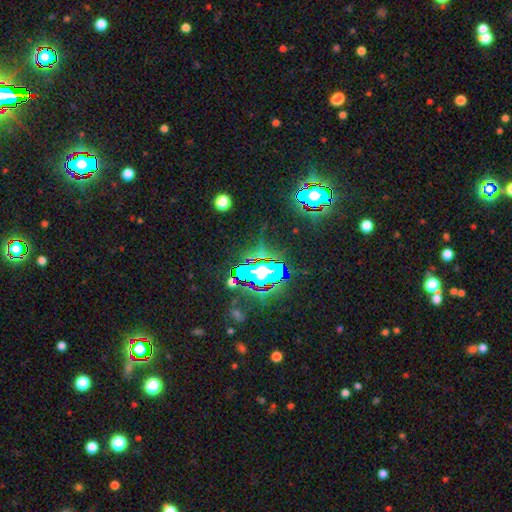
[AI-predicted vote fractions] This is likely a star or artifact rather than a galaxy (62%).